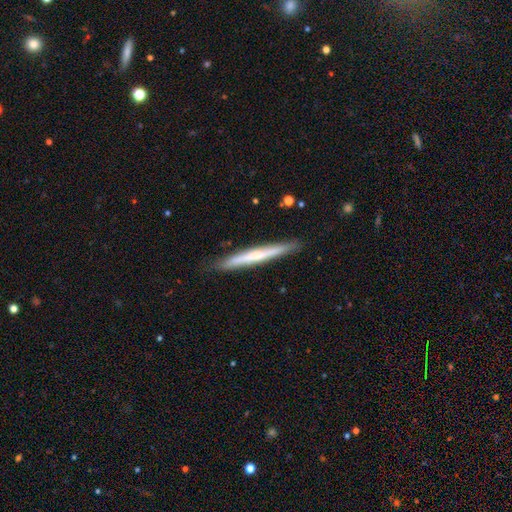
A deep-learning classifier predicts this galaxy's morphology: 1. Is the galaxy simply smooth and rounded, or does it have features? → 52% featured or disk, 42% smooth, 6% star or artifact.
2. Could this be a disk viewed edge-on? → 96% yes, 4% no.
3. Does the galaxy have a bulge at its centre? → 53% none, 41% rounded, 5% boxy.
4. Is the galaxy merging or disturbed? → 88% none, 9% minor disturbance, 1% major disturbance, 1% merger.